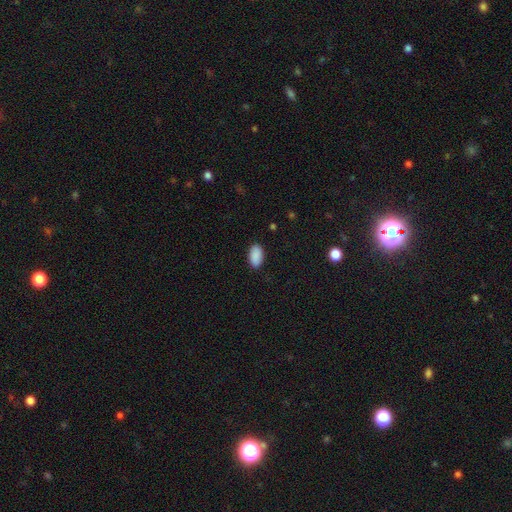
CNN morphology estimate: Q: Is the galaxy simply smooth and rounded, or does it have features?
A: smooth — 90%.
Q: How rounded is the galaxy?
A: in between — 95%.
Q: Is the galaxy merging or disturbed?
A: none — 88%.